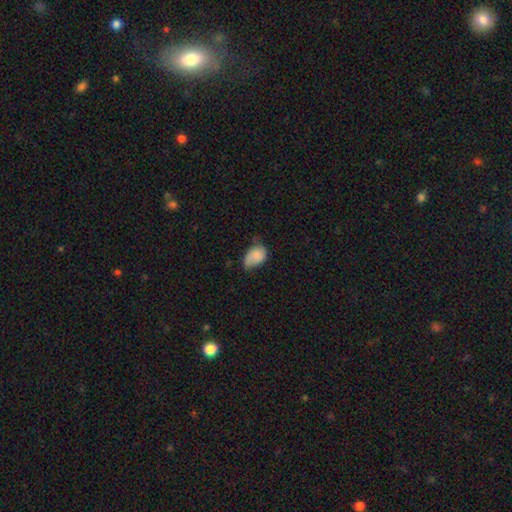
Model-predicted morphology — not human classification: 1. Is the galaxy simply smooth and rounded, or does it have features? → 79% smooth, 13% featured or disk, 8% star or artifact.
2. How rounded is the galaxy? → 82% in between, 17% round, 1% cigar-shaped.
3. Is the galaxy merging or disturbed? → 46% minor disturbance, 35% none, 16% major disturbance, 3% merger.